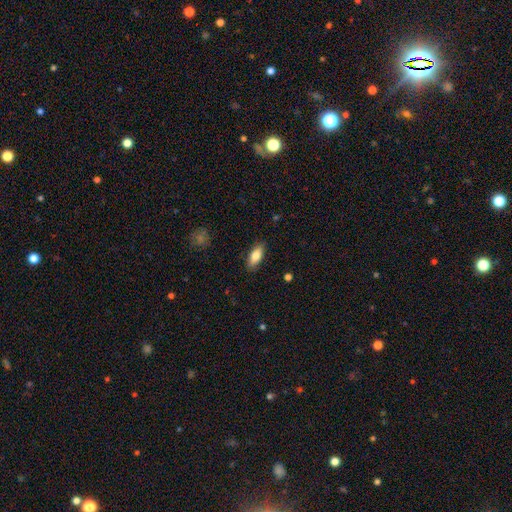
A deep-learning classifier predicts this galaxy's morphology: A smooth galaxy with no disk features (81%) that is in between round and cigar-shaped (81%).

Vote fractions:
- Smooth or featured? smooth: 81% / featured or disk: 13% / star or artifact: 6%
- How rounded? in between: 81% / cigar-shaped: 17% / round: 2%
- Merging? none: 88% / minor disturbance: 9% / major disturbance: 2% / merger: 1%